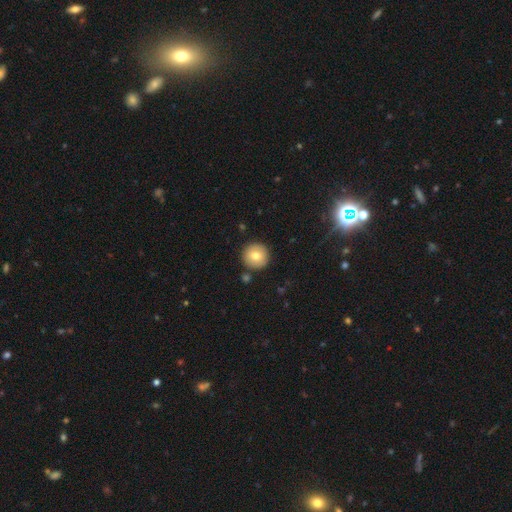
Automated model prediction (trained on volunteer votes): A smooth galaxy with no disk features (77%) that is round (96%). Merging: none (89%).